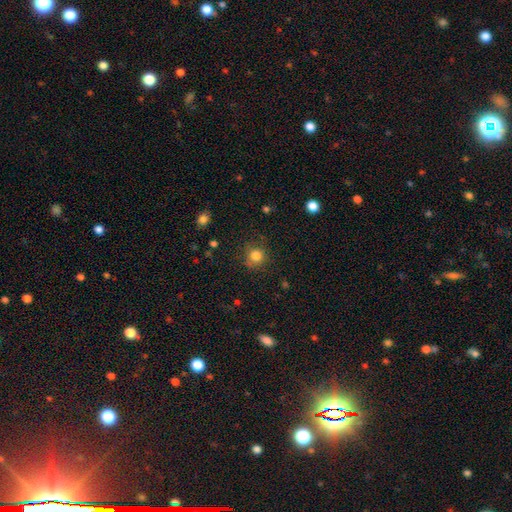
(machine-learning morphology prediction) smooth-or-featured: smooth: 82% | star or artifact: 12% | featured or disk: 6%
  how-rounded: round: 88% | in between: 11% | cigar-shaped: 1%
  merging: none: 79% | minor disturbance: 15% | major disturbance: 5% | merger: 2%